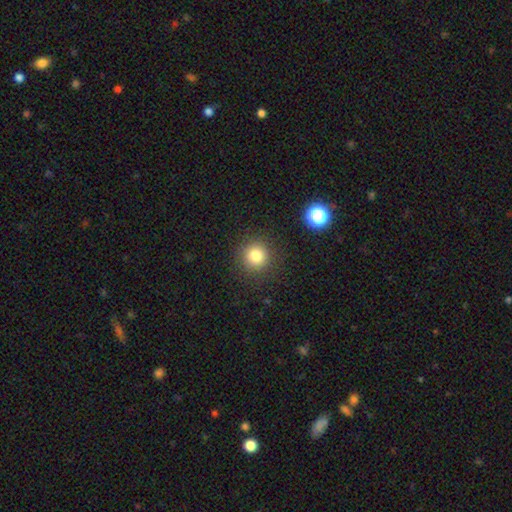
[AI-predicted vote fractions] A smooth galaxy with no disk features (81%) that is round (94%).

Vote fractions:
- Smooth or featured? smooth: 81% / star or artifact: 13% / featured or disk: 6%
- How rounded? round: 94% / in between: 5% / cigar-shaped: 1%
- Merging? none: 89% / minor disturbance: 7% / major disturbance: 3% / merger: 1%